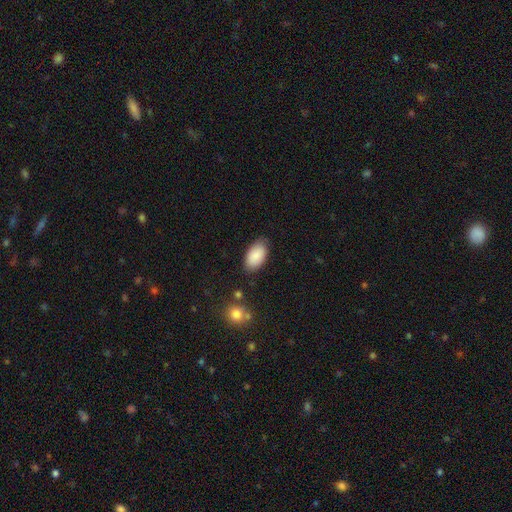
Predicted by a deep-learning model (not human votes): This appears to be a smooth galaxy with no disk features (88%) that is in between round and cigar-shaped (95%). Merging: none (81%).